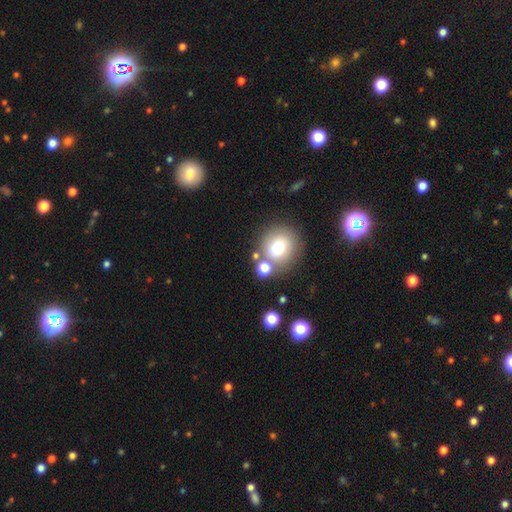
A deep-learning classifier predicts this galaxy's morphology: The model was most divided on "merging": none: 66%, minor disturbance: 14%, merger: 14%, major disturbance: 6%. More confident: how rounded — round (82%); smooth or featured — smooth (74%).